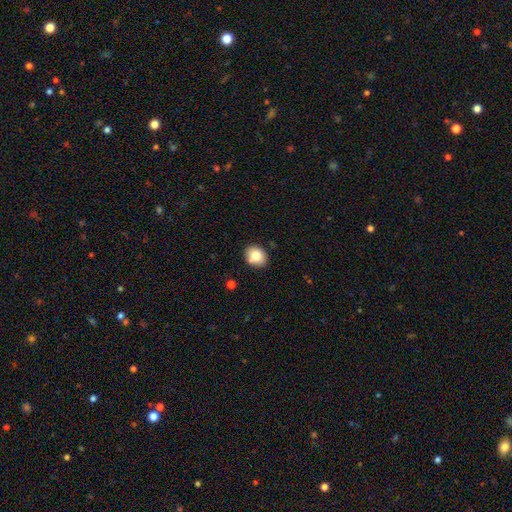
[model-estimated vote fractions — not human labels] Morphology: type=smooth (79%); roundness=round (56%); merging=none (80%).